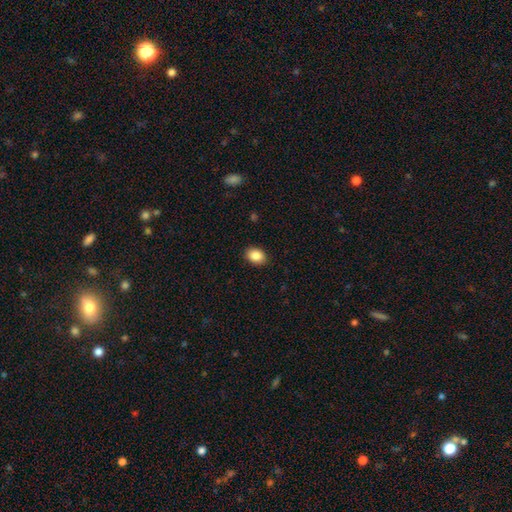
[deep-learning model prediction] Smooth or featured? smooth (87%)
How rounded? in between (77%)
Merging? none (89%)